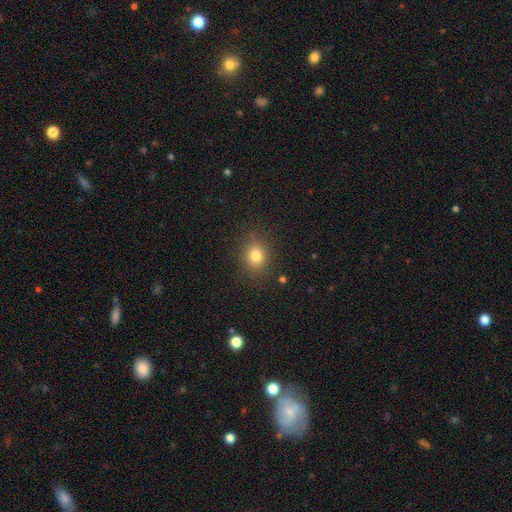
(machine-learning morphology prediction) This is likely a smooth galaxy (80%). How rounded: possibly round (59%). Merging: clearly none (86%).